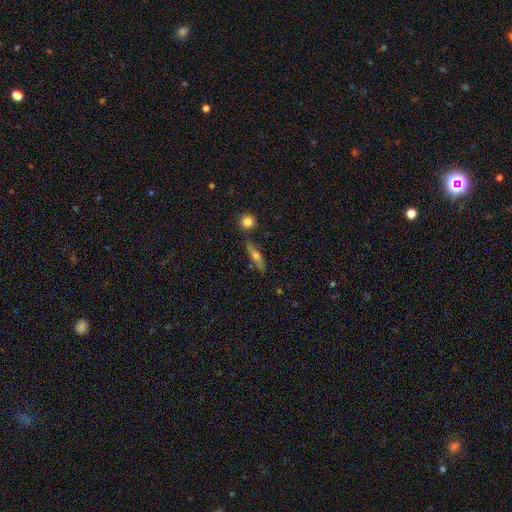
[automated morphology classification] type=featured or disk (46%); merging=none (77%).